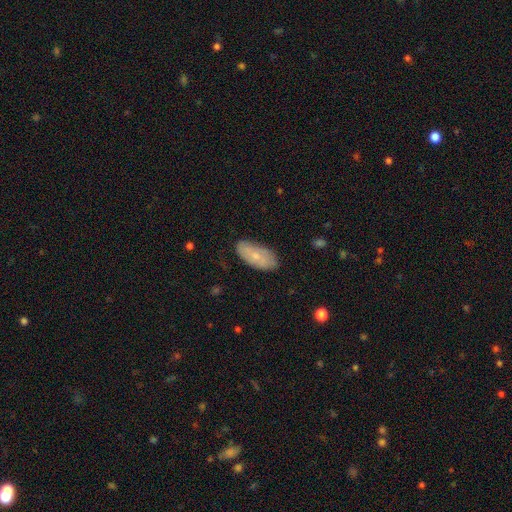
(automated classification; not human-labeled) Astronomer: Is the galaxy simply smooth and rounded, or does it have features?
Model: smooth — 64%.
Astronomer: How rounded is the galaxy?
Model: in between — 91%.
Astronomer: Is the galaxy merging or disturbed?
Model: none — 79%.